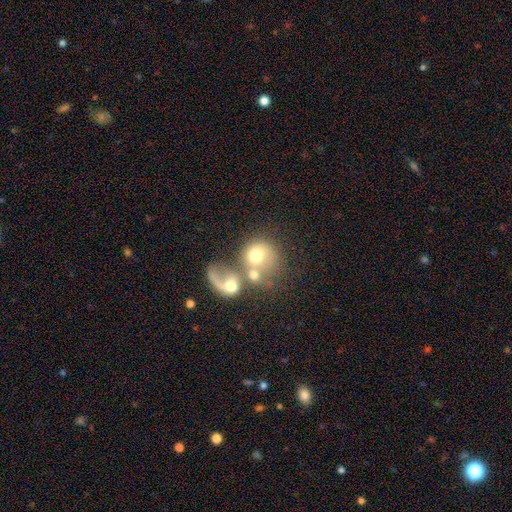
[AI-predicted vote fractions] Smooth or featured?
  - smooth: 55% *
  - featured or disk: 35%
  - star or artifact: 11%
How rounded?
  - round: 73% *
  - in between: 26%
  - cigar-shaped: 1%
Merging?
  - merger: 64% *
  - none: 15%
  - major disturbance: 15%
  - minor disturbance: 6%